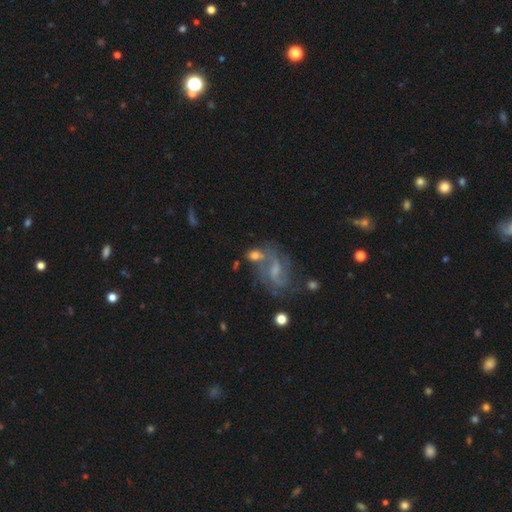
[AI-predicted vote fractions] This is likely a featured or disk galaxy (61%). It is clearly not viewed edge-on (95%). Bar: possibly weak (48%). Spiral arm pattern: clearly yes (82%). Central bulge: marginally small (40%). Merging: possibly none (47%).